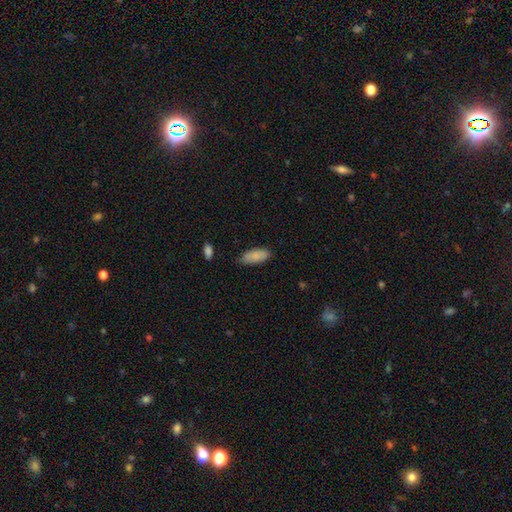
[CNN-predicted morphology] smooth-or-featured: smooth: 84% | featured or disk: 10% | star or artifact: 6%
  how-rounded: in between: 87% | cigar-shaped: 11% | round: 2%
  merging: none: 78% | minor disturbance: 17% | major disturbance: 3% | merger: 2%